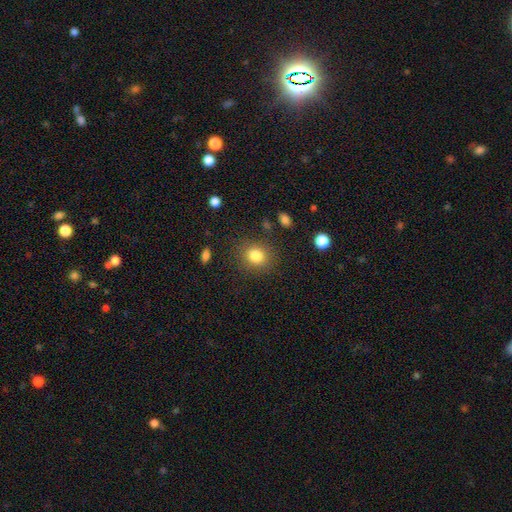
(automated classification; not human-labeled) Smooth or featured? Predicted: smooth (p=0.83). How rounded? Predicted: round (p=0.75). Merging? Predicted: none (p=0.85).